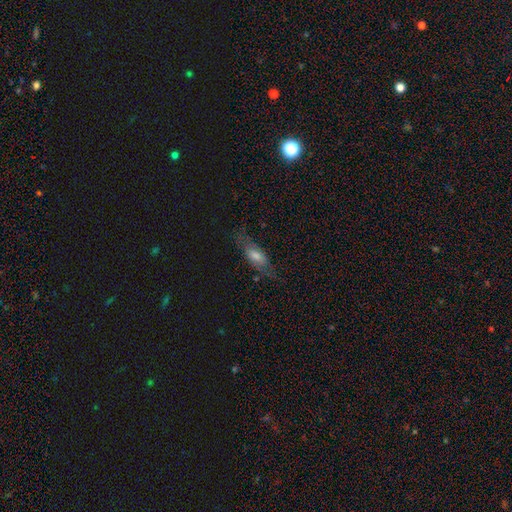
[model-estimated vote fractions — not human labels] A smooth galaxy with no disk features (50%).

Vote fractions:
- Smooth or featured? smooth: 50% / featured or disk: 39% / star or artifact: 11%
- Merging? none: 71% / minor disturbance: 19% / major disturbance: 9% / merger: 2%